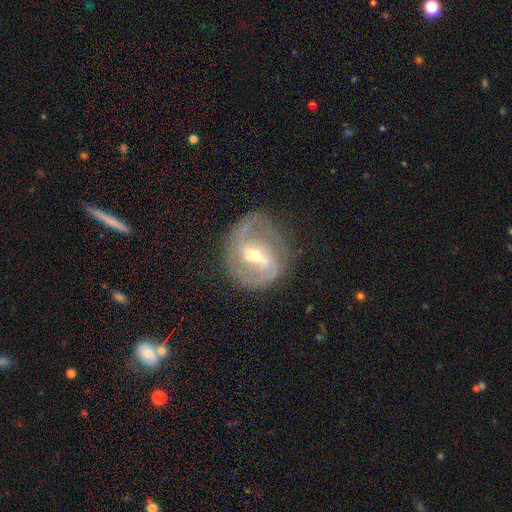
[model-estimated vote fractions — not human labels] smooth_or_featured: featured or disk (p=0.83) [alt: smooth p=0.11]
disk_edge_on: no (p=0.96) [alt: yes p=0.04]
bar: strong (p=0.43) [alt: weak p=0.41]
has_spiral_arms: yes (p=0.88) [alt: no p=0.12]
spiral_winding: medium (p=0.43) [alt: tight p=0.39]
spiral_arm_count: 2 (p=0.70) [alt: can't tell p=0.15]
bulge_size: small (p=0.48) [tied with: moderate p=0.48]
merging: none (p=0.69) [alt: minor disturbance p=0.18]